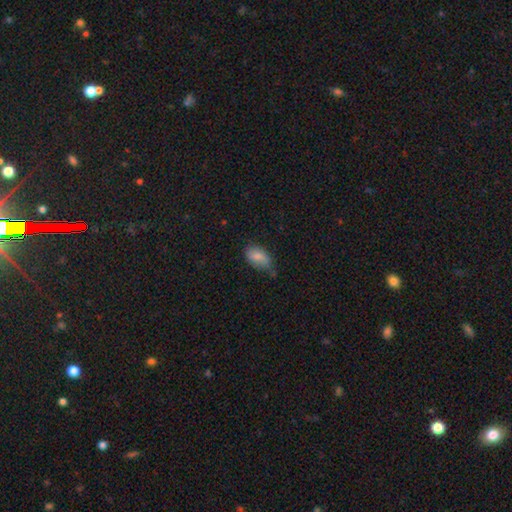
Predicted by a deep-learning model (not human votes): smooth_or_featured: smooth (p=0.76) [alt: featured or disk p=0.14]
how_rounded: in between (p=0.90) [alt: round p=0.07]
merging: none (p=0.55) [alt: minor disturbance p=0.34]